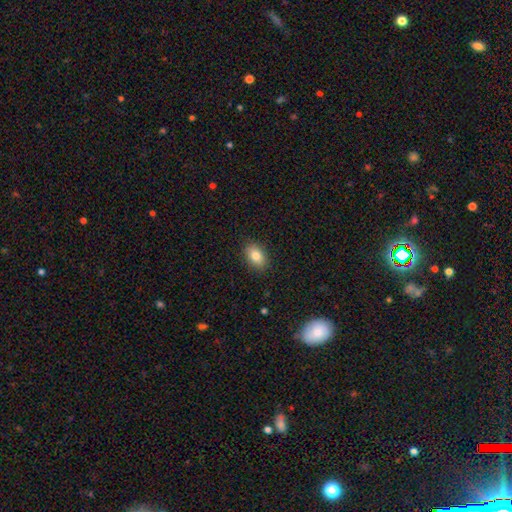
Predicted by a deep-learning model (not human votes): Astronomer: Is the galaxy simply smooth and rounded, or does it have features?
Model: smooth — 83%.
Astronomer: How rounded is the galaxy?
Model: in between — 88%.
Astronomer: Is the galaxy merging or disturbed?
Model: none — 88%.